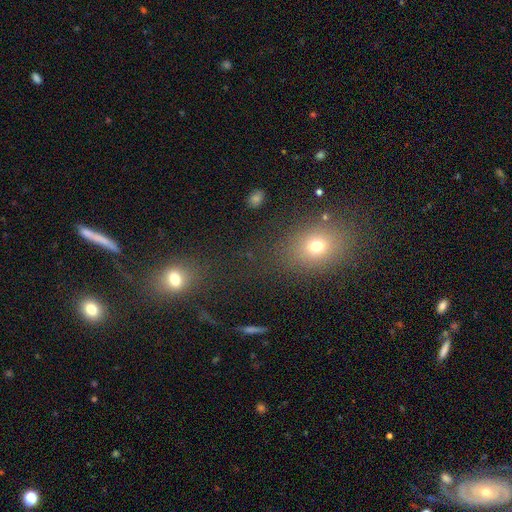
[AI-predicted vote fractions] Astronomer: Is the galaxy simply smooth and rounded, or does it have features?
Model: smooth — 58%.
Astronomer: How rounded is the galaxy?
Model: round — 50% (runner-up: in between, 48%).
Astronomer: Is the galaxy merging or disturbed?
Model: none — 71%.